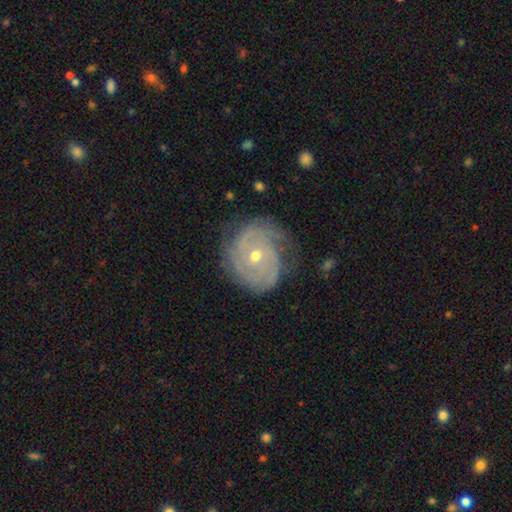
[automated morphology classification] A featured or disk galaxy (86%) with no bar (74%), tight (72%) spiral arms (95%) and a moderate central bulge (51%). Merging: none (67%).